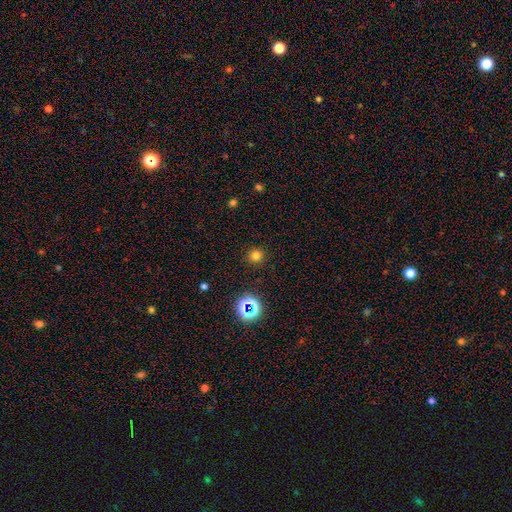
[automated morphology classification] smooth_or_featured: smooth (p=0.75) [alt: star or artifact p=0.20]
how_rounded: round (p=0.95) [alt: in between p=0.04]
merging: none (p=0.91) [alt: minor disturbance p=0.06]